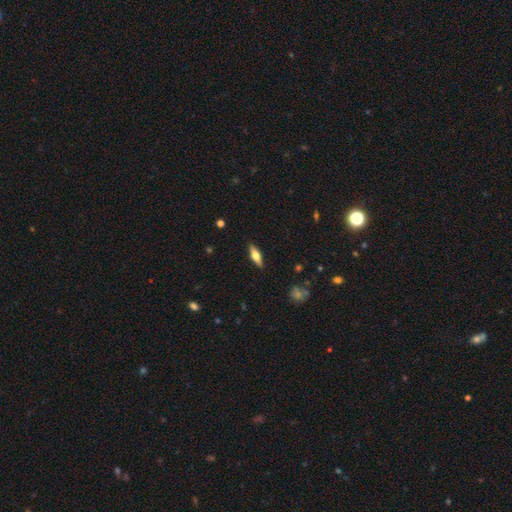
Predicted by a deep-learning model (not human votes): The model was most divided on "how rounded": in between: 52%, cigar-shaped: 45%, round: 3%. More confident: merging — none (88%); smooth or featured — smooth (53%).